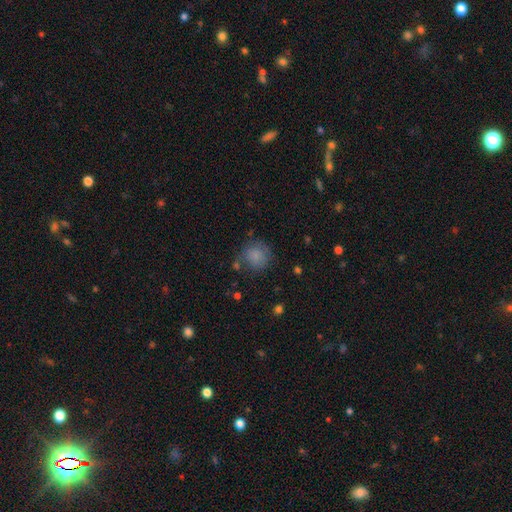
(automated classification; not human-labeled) Smooth or featured?
  - smooth: 81% *
  - featured or disk: 10%
  - star or artifact: 10%
How rounded?
  - round: 88% *
  - in between: 11%
  - cigar-shaped: 1%
Merging?
  - none: 67% *
  - minor disturbance: 19%
  - major disturbance: 8%
  - merger: 6%